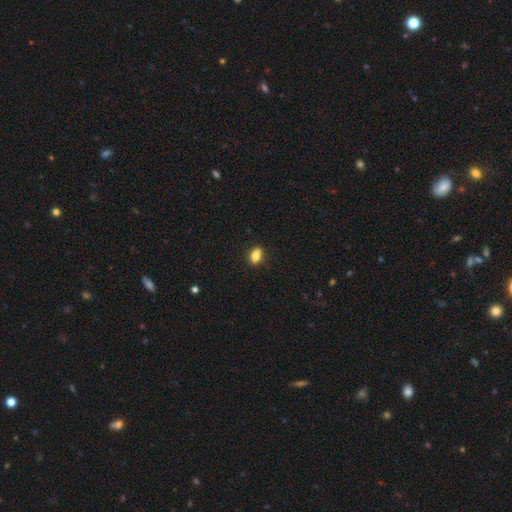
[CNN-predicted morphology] A smooth galaxy with no disk features (77%) that is in between round and cigar-shaped (76%). Merging: none (80%).